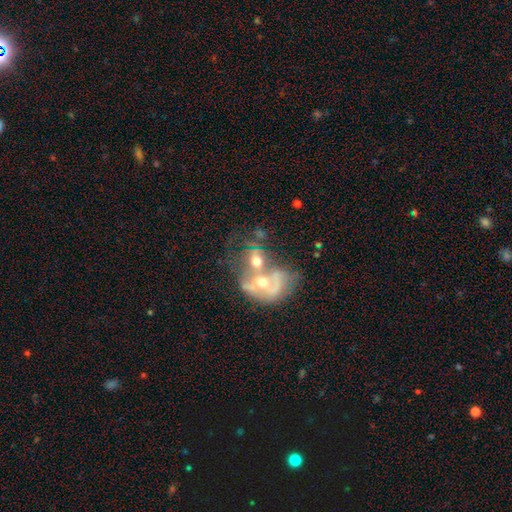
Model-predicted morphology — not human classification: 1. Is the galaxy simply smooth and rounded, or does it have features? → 53% featured or disk, 34% smooth, 13% star or artifact.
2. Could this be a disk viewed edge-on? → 96% no, 4% yes.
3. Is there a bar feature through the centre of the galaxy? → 76% no, 17% weak, 6% strong.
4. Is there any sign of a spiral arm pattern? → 63% no, 37% yes.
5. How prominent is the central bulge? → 61% moderate, 16% small, 12% large, 8% none, 3% dominant.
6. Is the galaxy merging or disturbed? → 70% merger, 13% none, 10% major disturbance, 7% minor disturbance.